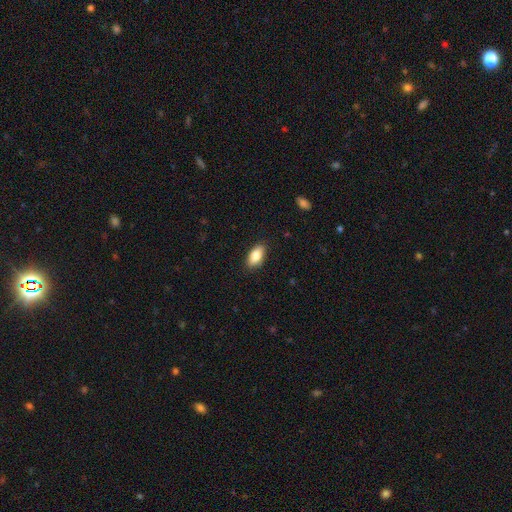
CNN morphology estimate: Q: Smooth or featured?
A: smooth (83%); runner-up: featured or disk (10%)
Q: How rounded?
A: in between (89%); runner-up: cigar-shaped (6%)
Q: Merging?
A: none (88%); runner-up: minor disturbance (9%)